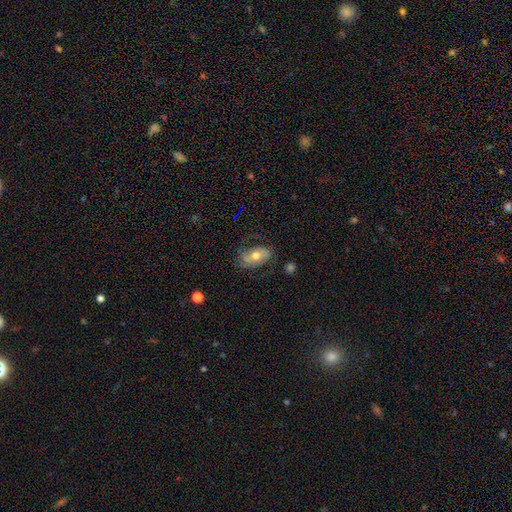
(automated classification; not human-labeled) Q: Smooth or featured?
A: featured or disk (49%); runner-up: smooth (43%)
Q: Merging?
A: none (61%); runner-up: minor disturbance (23%)